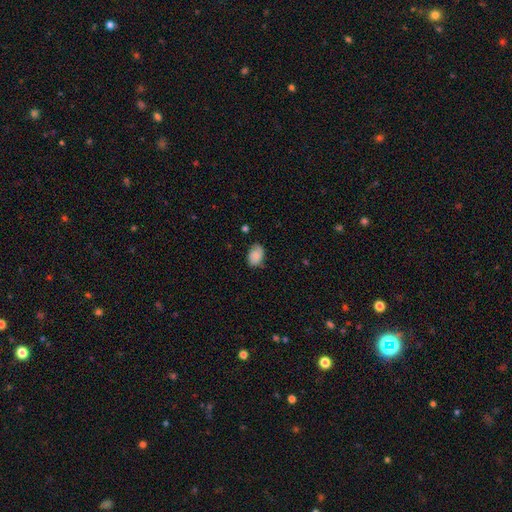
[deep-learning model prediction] smooth-or-featured: smooth: 84% | featured or disk: 8% | star or artifact: 8%
  how-rounded: in between: 83% | round: 16% | cigar-shaped: 1%
  merging: none: 67% | minor disturbance: 26% | major disturbance: 5% | merger: 2%